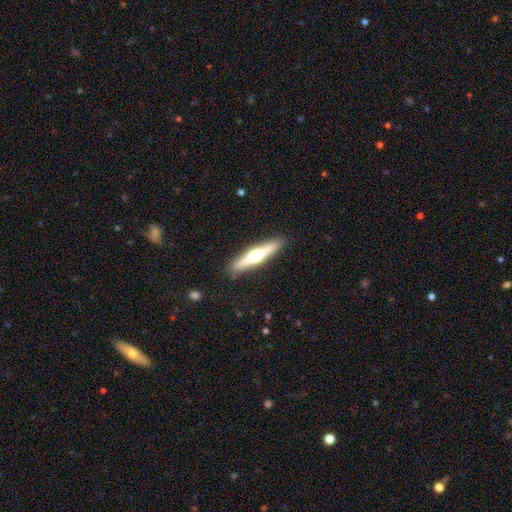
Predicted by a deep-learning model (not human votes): This is likely a featured or disk galaxy (66%). It is clearly viewed edge-on (97%). Edge-on bulge: clearly rounded (95%). Merging: clearly none (90%).